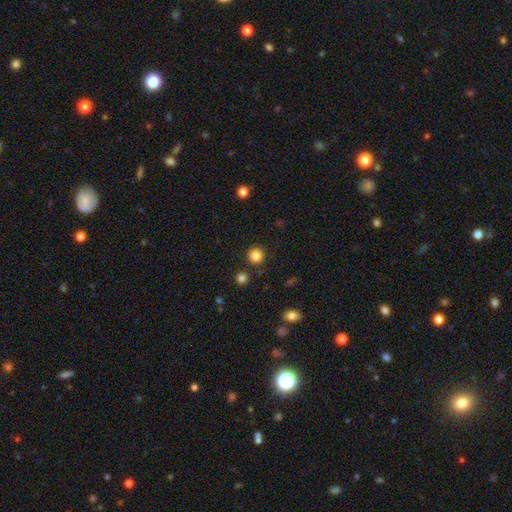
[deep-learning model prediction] This is clearly a smooth galaxy (85%). How rounded: clearly round (94%). Merging: clearly none (89%).